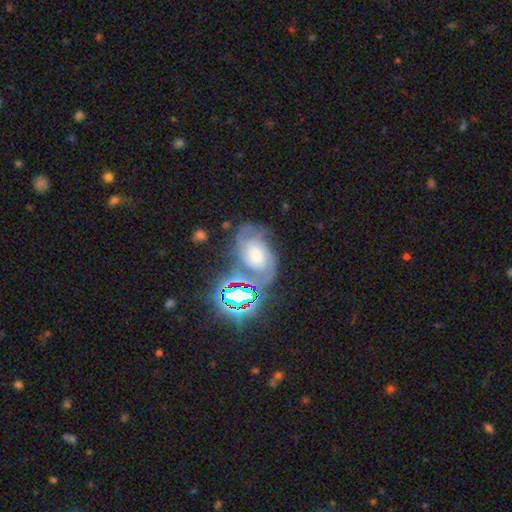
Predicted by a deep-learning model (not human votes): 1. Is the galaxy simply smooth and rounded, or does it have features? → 61% featured or disk, 20% smooth, 19% star or artifact.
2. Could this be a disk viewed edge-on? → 97% no, 3% yes.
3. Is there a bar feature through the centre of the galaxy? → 67% no, 25% weak, 9% strong.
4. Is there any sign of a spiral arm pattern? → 89% yes, 11% no.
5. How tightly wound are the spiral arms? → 45% medium, 38% tight, 17% loose.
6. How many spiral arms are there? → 58% 2, 18% can't tell, 12% 3, 5% 1, 4% 4, 3% more than 4.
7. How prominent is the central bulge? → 33% moderate, 26% large, 24% small, 11% none, 6% dominant.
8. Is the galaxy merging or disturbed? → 54% none, 22% minor disturbance, 16% major disturbance, 9% merger.